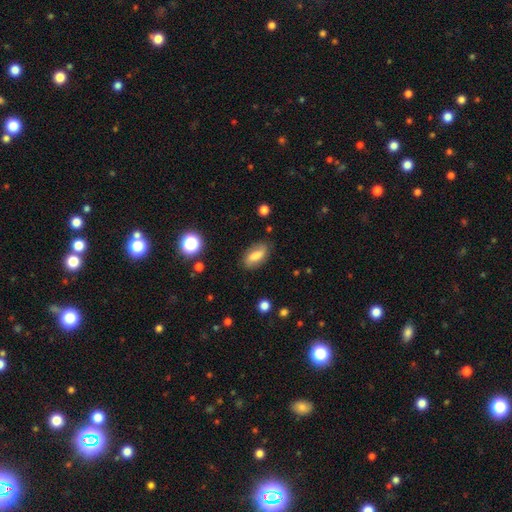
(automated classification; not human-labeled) Morphology: type=smooth (69%); roundness=in between (83%); merging=none (79%).